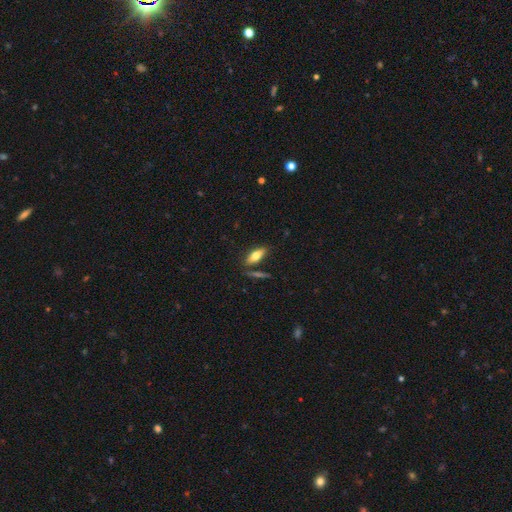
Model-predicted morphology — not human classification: smooth_or_featured: smooth (p=0.67) [alt: featured or disk p=0.26]
how_rounded: in between (p=0.67) [alt: cigar-shaped p=0.30]
merging: none (p=0.77) [alt: minor disturbance p=0.12]